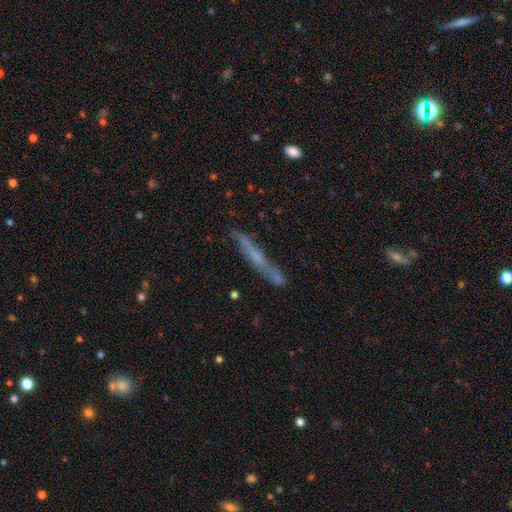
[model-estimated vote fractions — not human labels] smooth_or_featured: featured or disk (p=0.55) [alt: smooth p=0.35]
disk_edge_on: yes (p=0.87) [alt: no p=0.13]
merging: none (p=0.74) [alt: minor disturbance p=0.18]